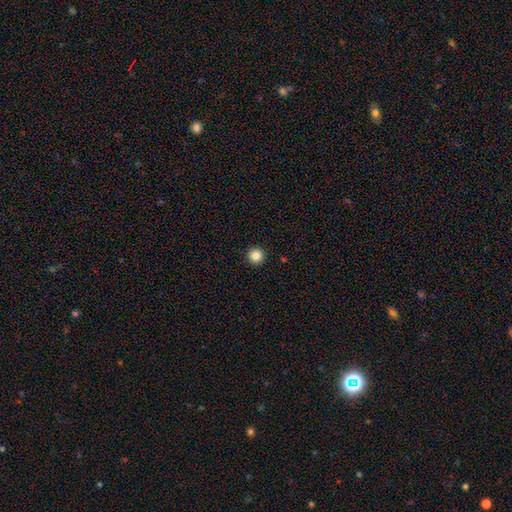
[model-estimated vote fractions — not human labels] Morphology: type=smooth (85%); roundness=round (96%); merging=none (94%).